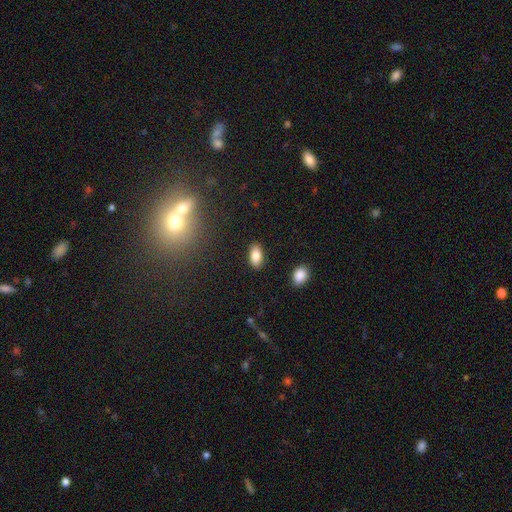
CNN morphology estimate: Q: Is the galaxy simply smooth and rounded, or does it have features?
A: smooth — 85%.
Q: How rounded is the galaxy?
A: in between — 93%.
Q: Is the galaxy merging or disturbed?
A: none — 88%.